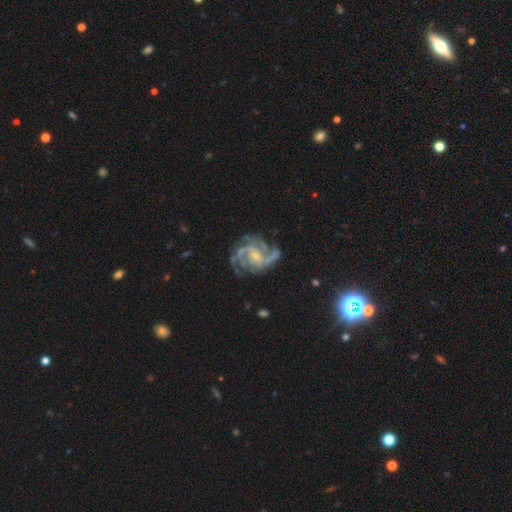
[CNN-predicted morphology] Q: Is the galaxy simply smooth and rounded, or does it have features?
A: featured or disk — 90%.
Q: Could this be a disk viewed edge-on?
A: no — 98%.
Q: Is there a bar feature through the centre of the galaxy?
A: no — 49%.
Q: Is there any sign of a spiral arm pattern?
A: yes — 98%.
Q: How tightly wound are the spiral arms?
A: medium — 49%.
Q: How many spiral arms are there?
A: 3 — 33%.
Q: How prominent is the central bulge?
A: small — 75%.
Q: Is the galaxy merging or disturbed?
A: none — 67%.